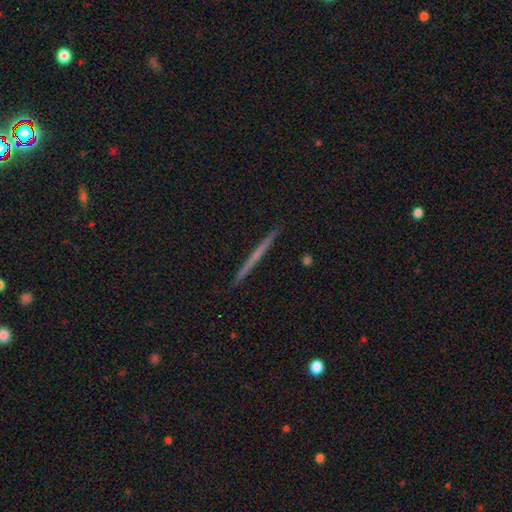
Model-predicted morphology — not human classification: This is possibly a featured or disk galaxy (57%). It is clearly viewed edge-on (98%). Edge-on bulge: clearly none (89%). Merging: clearly none (93%).